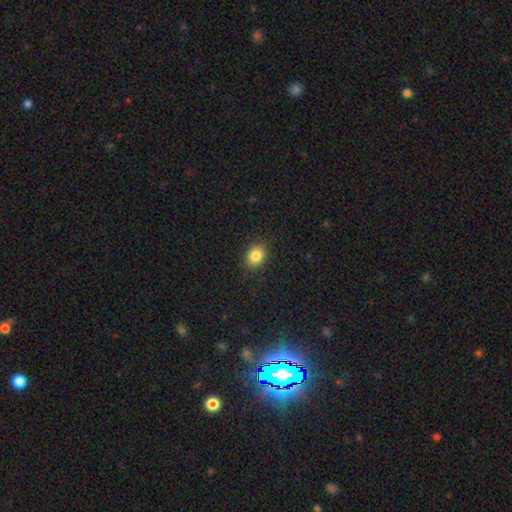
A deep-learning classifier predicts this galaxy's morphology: smooth_or_featured: smooth (p=0.84) [alt: star or artifact p=0.10]
how_rounded: in between (p=0.53) [alt: round p=0.46]
merging: none (p=0.89) [alt: minor disturbance p=0.08]